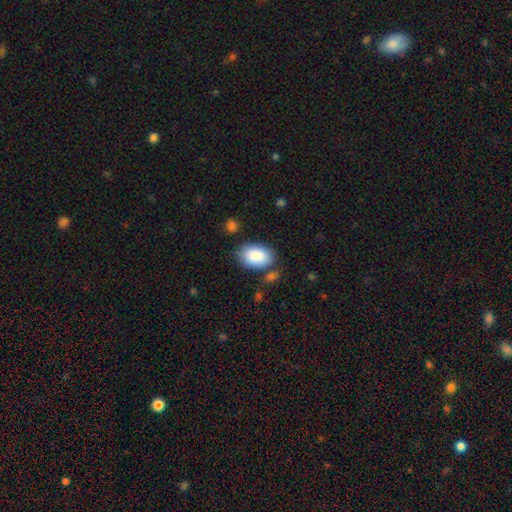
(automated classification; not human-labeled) A smooth galaxy with no disk features (86%) that is in between round and cigar-shaped (91%). Merging: none (75%).